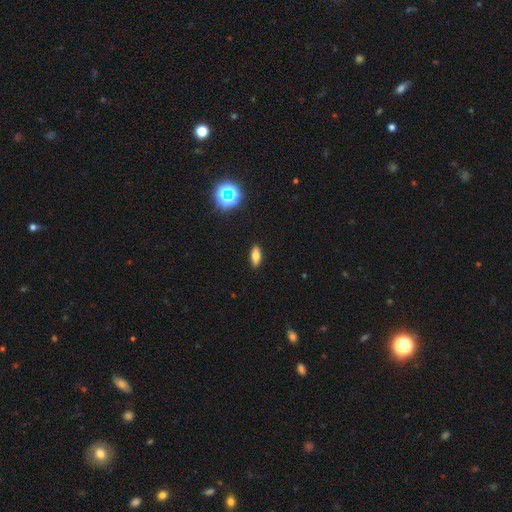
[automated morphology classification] This appears to be a smooth galaxy with no disk features (70%) that is in between round and cigar-shaped (76%). Merging: none (90%).